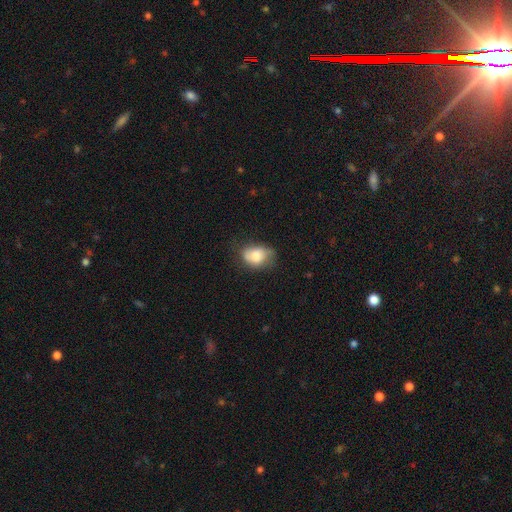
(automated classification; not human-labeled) smooth_or_featured: smooth (p=0.73) [alt: featured or disk p=0.19]
how_rounded: in between (p=0.75) [alt: round p=0.24]
merging: none (p=0.51) [alt: minor disturbance p=0.34]